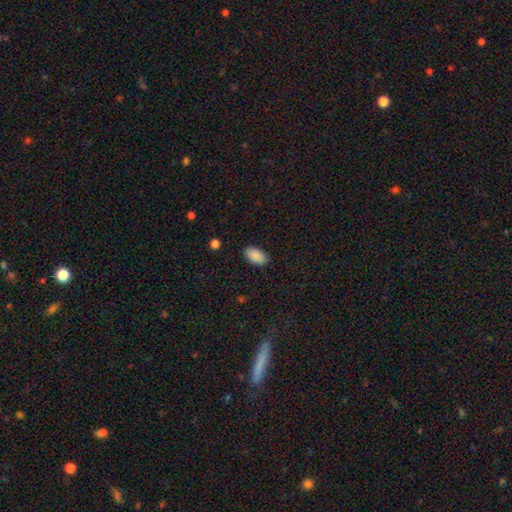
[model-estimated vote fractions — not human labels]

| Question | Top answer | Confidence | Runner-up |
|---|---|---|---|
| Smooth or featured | smooth | 89% | star or artifact (7%) |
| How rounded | in between | 94% | round (4%) |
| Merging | none | 88% | minor disturbance (9%) |